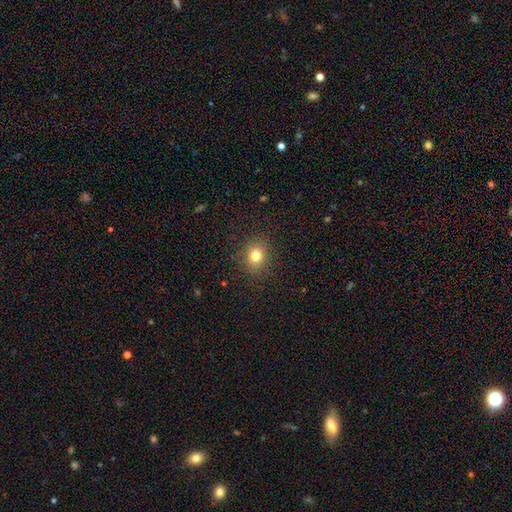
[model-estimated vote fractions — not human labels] Overall: smooth (79%). How rounded: round (69%; in between 30%). Merging: none (88%).